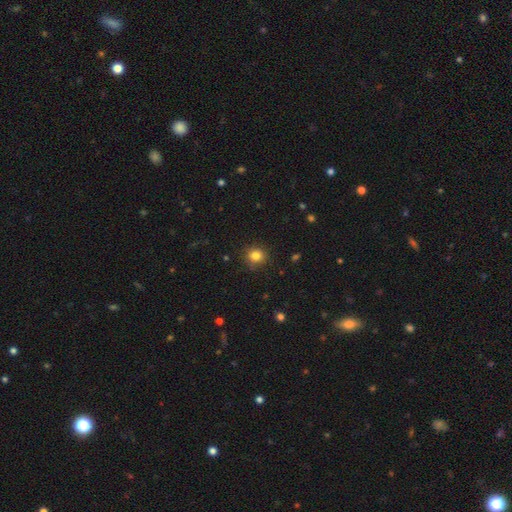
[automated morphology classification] smooth_or_featured: smooth (p=0.83) [alt: star or artifact p=0.12]
how_rounded: round (p=0.87) [alt: in between p=0.12]
merging: none (p=0.87) [alt: minor disturbance p=0.09]